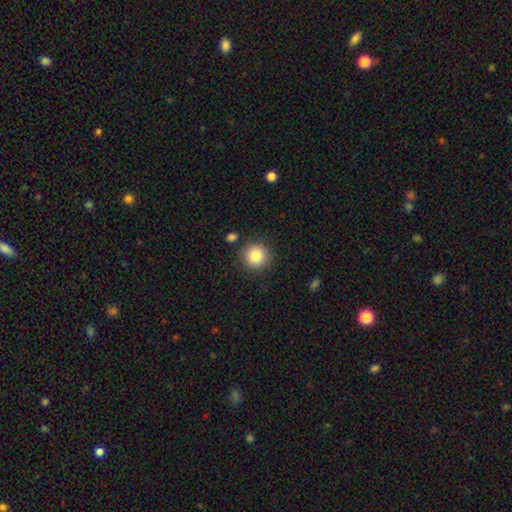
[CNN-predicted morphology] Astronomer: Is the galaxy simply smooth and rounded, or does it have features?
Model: smooth — 84%.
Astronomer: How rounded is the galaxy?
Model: round — 93%.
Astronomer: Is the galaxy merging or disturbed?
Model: none — 87%.